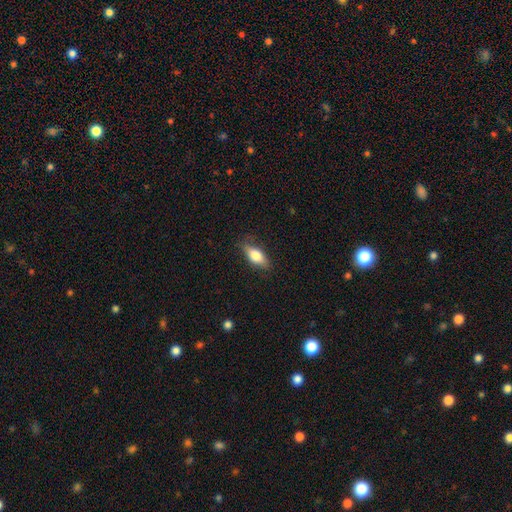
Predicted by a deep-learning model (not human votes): The model was most divided on "smooth or featured": smooth: 75%, featured or disk: 18%, star or artifact: 7%. More confident: how rounded — in between (79%); merging — none (78%).